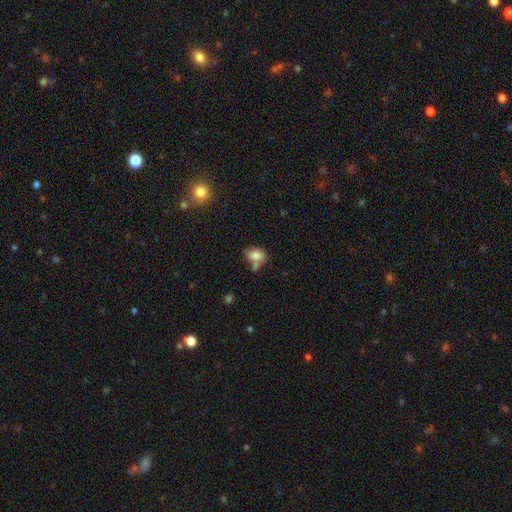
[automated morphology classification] smooth-or-featured: smooth: 82% | featured or disk: 9% | star or artifact: 9%
  how-rounded: in between: 83% | round: 15% | cigar-shaped: 2%
  merging: none: 51% | merger: 27% | minor disturbance: 16% | major disturbance: 5%